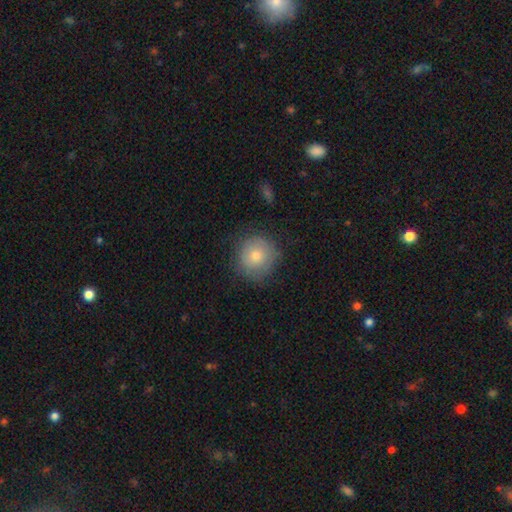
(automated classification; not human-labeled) smooth_or_featured: smooth (p=0.74) [alt: featured or disk p=0.17]
how_rounded: round (p=0.92) [alt: in between p=0.07]
merging: none (p=0.79) [alt: minor disturbance p=0.16]